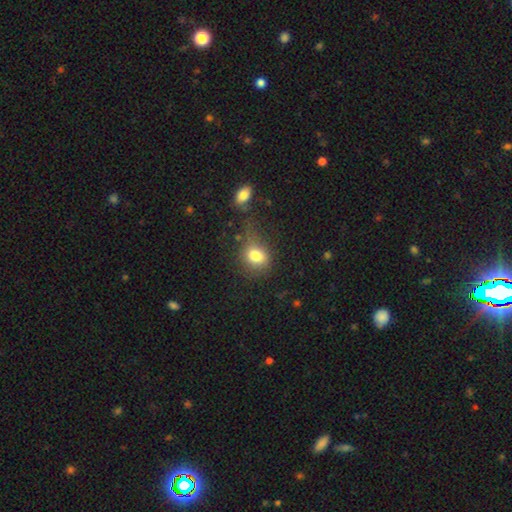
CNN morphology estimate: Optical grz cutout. It shows a smooth galaxy with no disk features (80%) that is round (57%). Merging: none (53%).